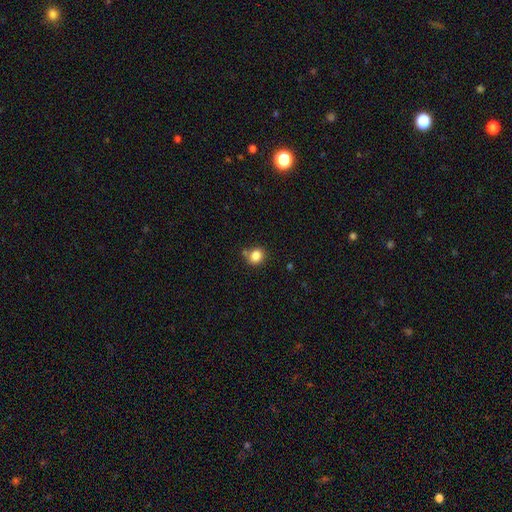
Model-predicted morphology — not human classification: A smooth galaxy with no disk features (84%) that is round (71%).

Vote fractions:
- Smooth or featured? smooth: 84% / star or artifact: 11% / featured or disk: 5%
- How rounded? round: 71% / in between: 28% / cigar-shaped: 1%
- Merging? none: 68% / minor disturbance: 16% / merger: 11% / major disturbance: 4%